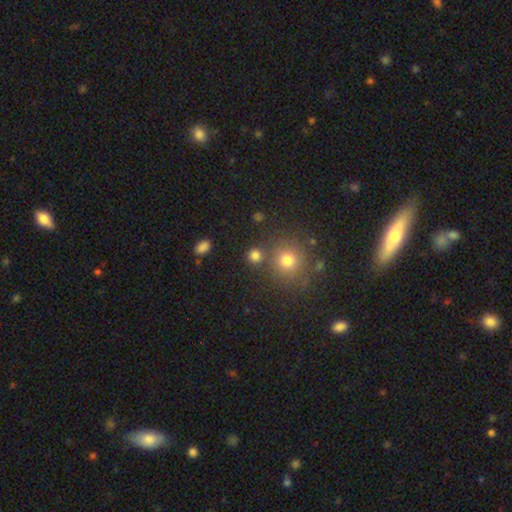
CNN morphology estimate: The model was most divided on "smooth or featured": smooth: 76%, star or artifact: 18%, featured or disk: 6%. More confident: how rounded — round (88%); merging — none (77%).